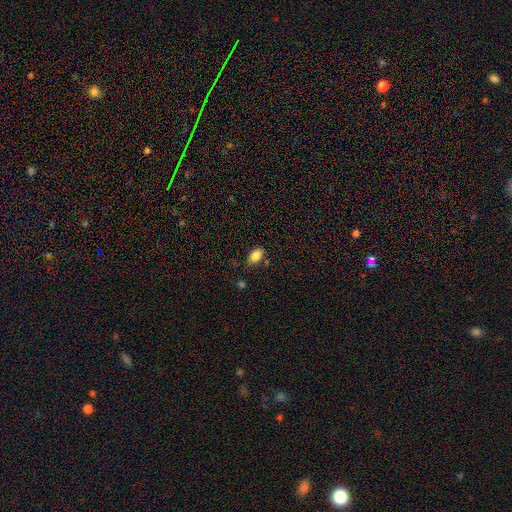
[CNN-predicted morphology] This appears to be a smooth galaxy with no disk features (85%) that is in between round and cigar-shaped (89%). Merging: none (72%).